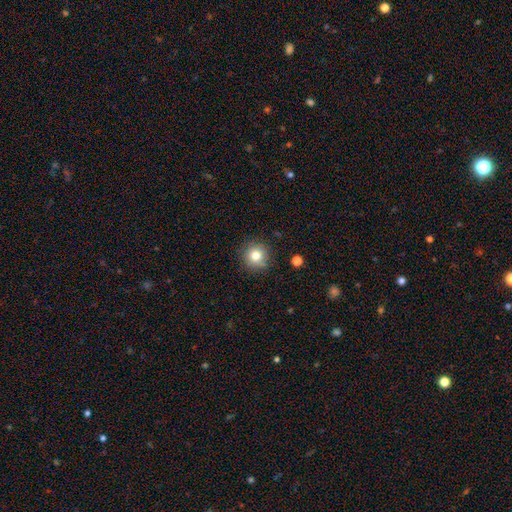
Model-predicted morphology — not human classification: smooth 80%, star or artifact 11%, featured or disk 8%. Down the decision tree: how rounded — round (94%); merging — none (88%).